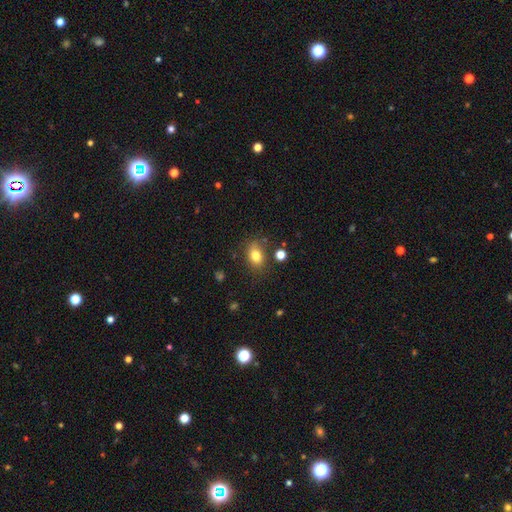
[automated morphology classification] smooth-or-featured: smooth: 79% | star or artifact: 11% | featured or disk: 10%
  how-rounded: in between: 73% | round: 25% | cigar-shaped: 2%
  merging: none: 73% | minor disturbance: 17% | merger: 5% | major disturbance: 5%